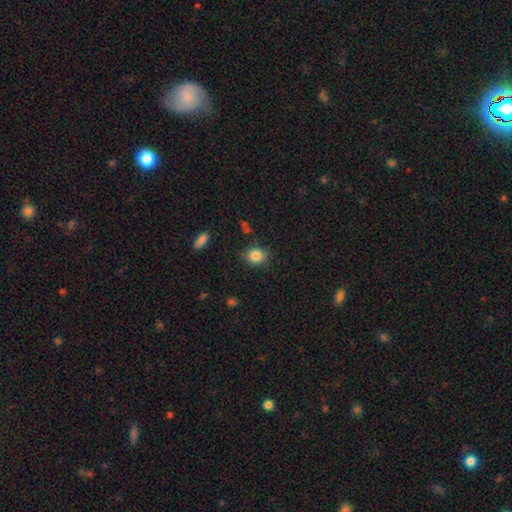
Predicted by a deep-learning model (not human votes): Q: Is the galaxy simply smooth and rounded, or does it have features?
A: smooth — 84%.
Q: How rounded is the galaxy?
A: round — 63%.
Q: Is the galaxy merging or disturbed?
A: none — 82%.